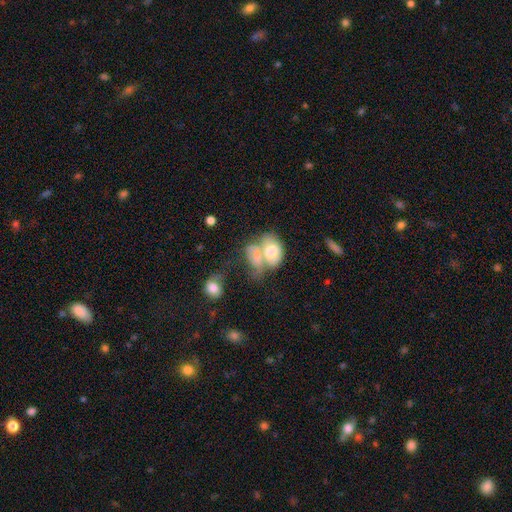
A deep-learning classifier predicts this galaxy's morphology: This is likely a smooth galaxy (61%). How rounded: likely in between (72%). Merging: likely merger (64%).